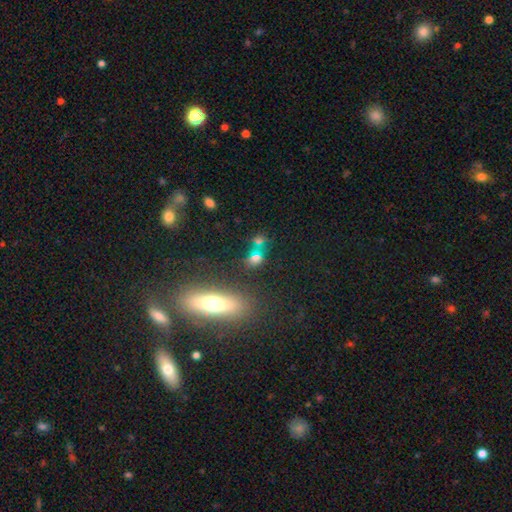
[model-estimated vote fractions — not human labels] This appears to be a smooth galaxy with no disk features (58%) that is in between round and cigar-shaped (52%). Merging: none (56%).